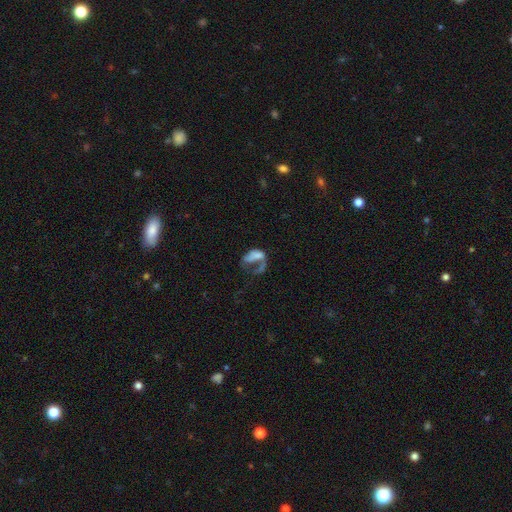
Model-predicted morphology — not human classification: The model was most divided on "smooth or featured": featured or disk: 48%, smooth: 41%, star or artifact: 12%. More confident: merging — major disturbance (55%).